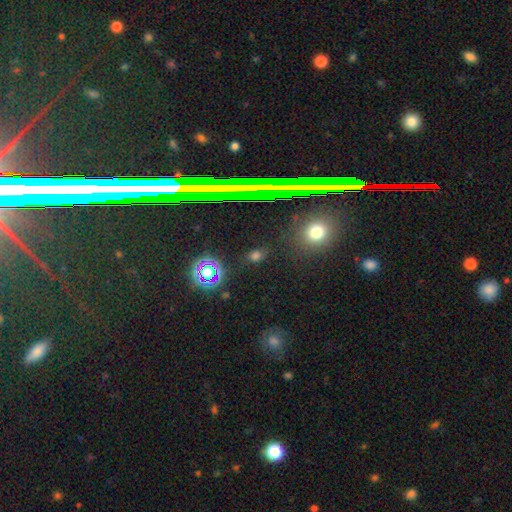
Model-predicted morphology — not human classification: Smooth or featured: star or artifact — 49% (smooth — 41%)